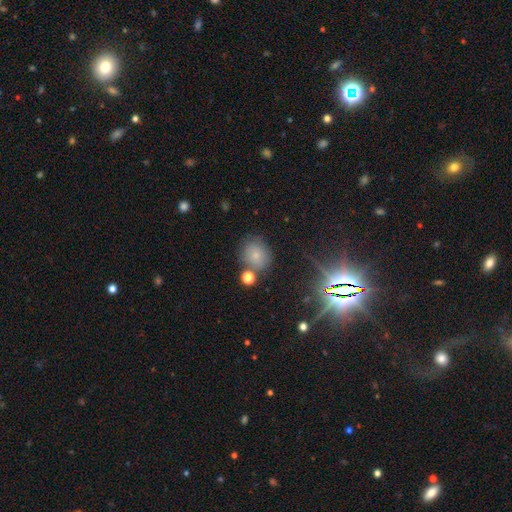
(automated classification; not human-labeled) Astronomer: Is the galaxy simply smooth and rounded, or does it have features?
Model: smooth — 72%.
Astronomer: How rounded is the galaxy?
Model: round — 79%.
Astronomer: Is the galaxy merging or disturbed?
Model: none — 69%.